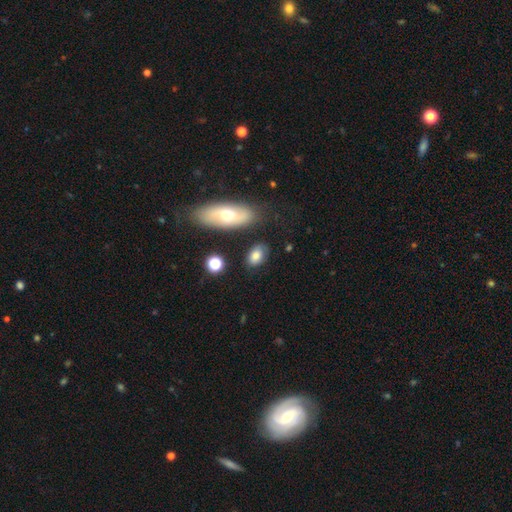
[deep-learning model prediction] smooth_or_featured: smooth (p=0.77) [alt: featured or disk p=0.13]
how_rounded: in between (p=0.85) [alt: round p=0.12]
merging: none (p=0.78) [alt: minor disturbance p=0.13]